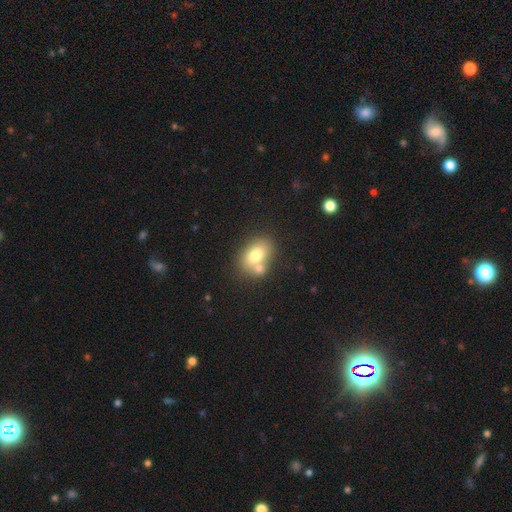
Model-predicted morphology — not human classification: A smooth galaxy with no disk features (73%) that is in between round and cigar-shaped (78%).

Vote fractions:
- Smooth or featured? smooth: 73% / featured or disk: 18% / star or artifact: 9%
- How rounded? in between: 78% / round: 20% / cigar-shaped: 1%
- Merging? none: 49% / merger: 35% / minor disturbance: 12% / major disturbance: 4%